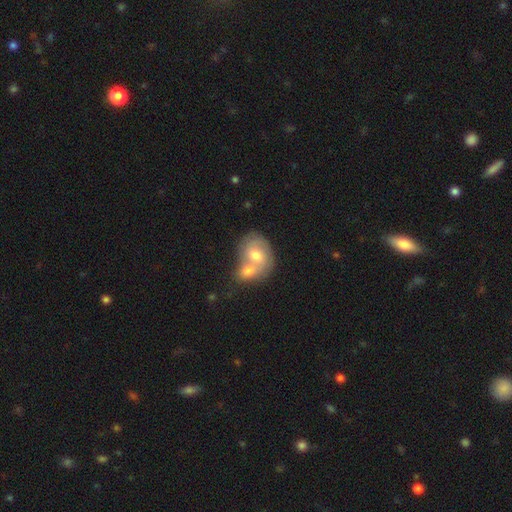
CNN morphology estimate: A smooth galaxy with no disk features (61%) that is in between round and cigar-shaped (57%).

Vote fractions:
- Smooth or featured? smooth: 61% / featured or disk: 32% / star or artifact: 6%
- How rounded? in between: 57% / round: 42% / cigar-shaped: 1%
- Merging? merger: 69% / none: 20% / minor disturbance: 8% / major disturbance: 4%